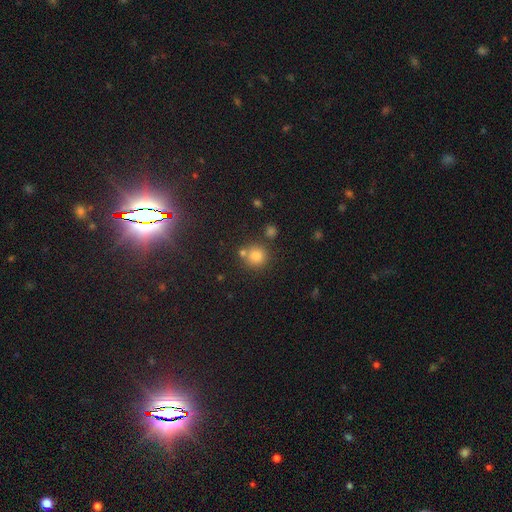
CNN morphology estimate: A smooth galaxy with no disk features (77%) that is round (91%).

Vote fractions:
- Smooth or featured? smooth: 77% / star or artifact: 16% / featured or disk: 8%
- How rounded? round: 91% / in between: 8% / cigar-shaped: 1%
- Merging? none: 69% / merger: 18% / minor disturbance: 10% / major disturbance: 3%